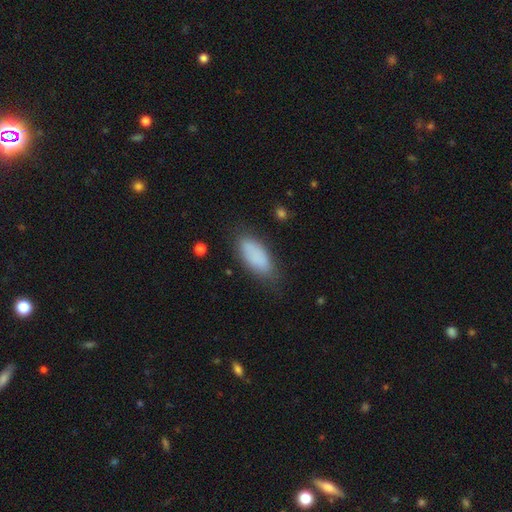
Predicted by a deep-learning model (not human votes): smooth-or-featured: smooth: 85% | featured or disk: 8% | star or artifact: 7%
  how-rounded: in between: 84% | cigar-shaped: 14% | round: 2%
  merging: none: 73% | minor disturbance: 20% | major disturbance: 6% | merger: 2%